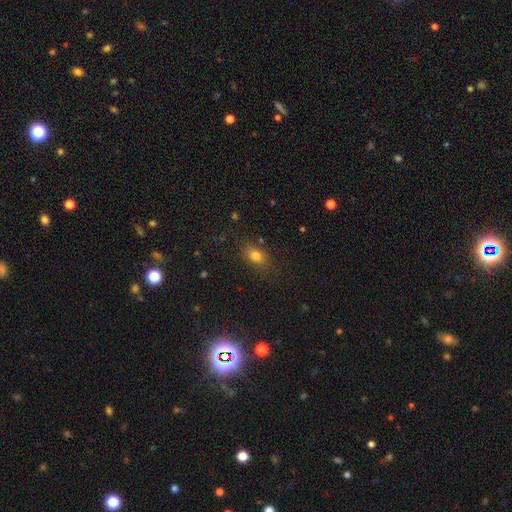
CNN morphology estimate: This appears to be a smooth galaxy with no disk features (79%) that is in between round and cigar-shaped (74%). Merging: none (78%).